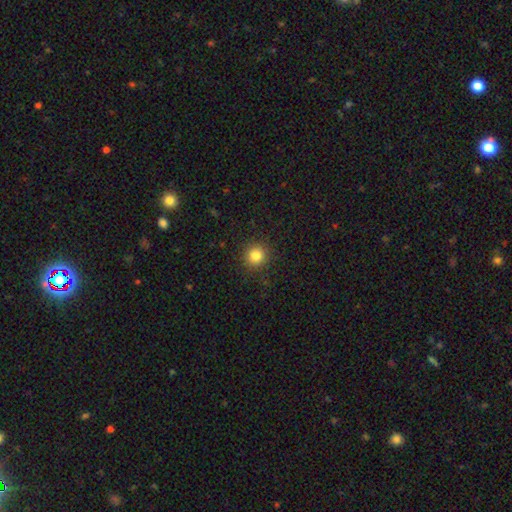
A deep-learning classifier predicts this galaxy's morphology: A smooth galaxy with no disk features (83%) that is round (93%). Merging: none (91%).